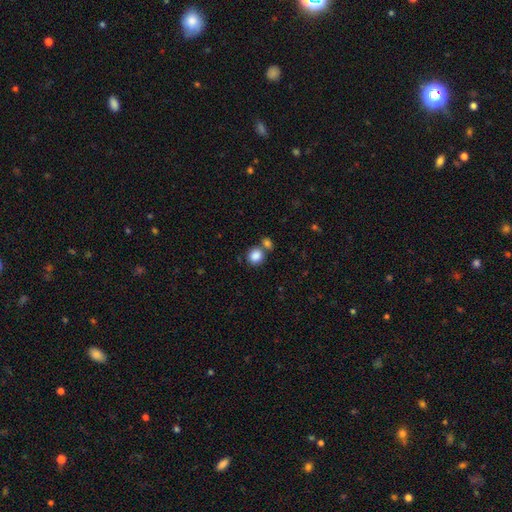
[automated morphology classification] This is clearly a smooth galaxy (86%). How rounded: likely round (79%). Merging: possibly none (57%).